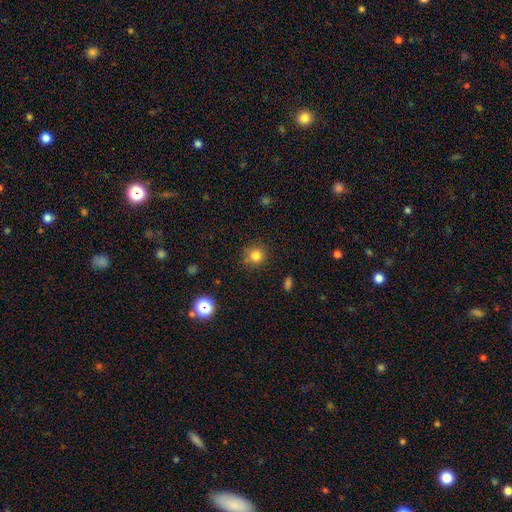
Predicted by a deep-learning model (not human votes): Smooth or featured?
  - smooth: 81% *
  - star or artifact: 13%
  - featured or disk: 6%
How rounded?
  - round: 92% *
  - in between: 7%
  - cigar-shaped: 1%
Merging?
  - none: 84% *
  - minor disturbance: 10%
  - major disturbance: 3%
  - merger: 3%